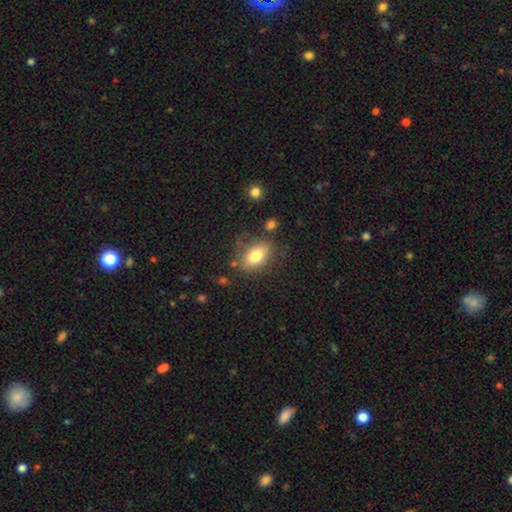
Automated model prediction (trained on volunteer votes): smooth_or_featured: smooth (p=0.76) [alt: featured or disk p=0.16]
how_rounded: in between (p=0.84) [alt: round p=0.13]
merging: none (p=0.68) [alt: minor disturbance p=0.19]